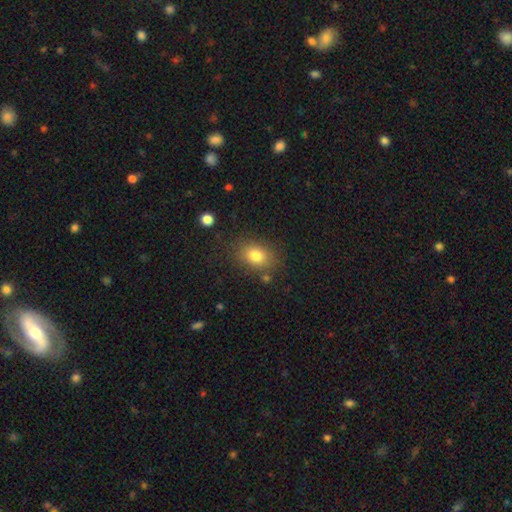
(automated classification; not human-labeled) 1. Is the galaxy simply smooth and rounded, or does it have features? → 80% smooth, 10% star or artifact, 10% featured or disk.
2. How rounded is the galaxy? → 69% in between, 29% round, 1% cigar-shaped.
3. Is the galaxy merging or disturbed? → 79% none, 13% minor disturbance, 4% major disturbance, 3% merger.